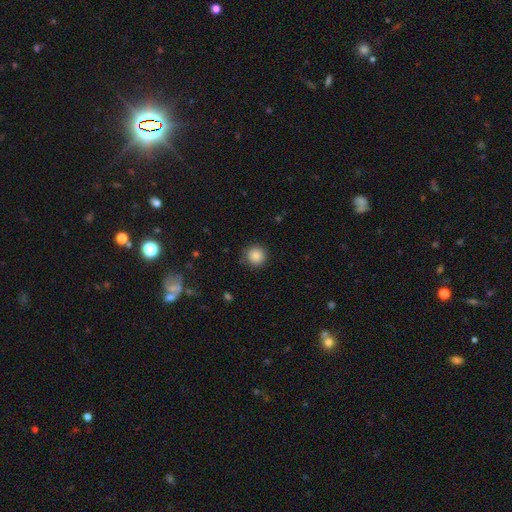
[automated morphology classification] The model was most divided on "smooth or featured": smooth: 87%, star or artifact: 10%, featured or disk: 4%. More confident: how rounded — round (95%); merging — none (88%).